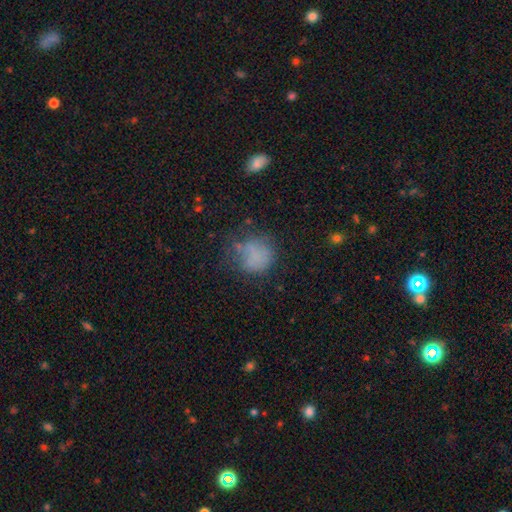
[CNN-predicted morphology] Smooth or featured: smooth — 69% (featured or disk — 18%)
How rounded: round — 75% (in between — 24%)
Merging: none — 47% (minor disturbance — 26%)